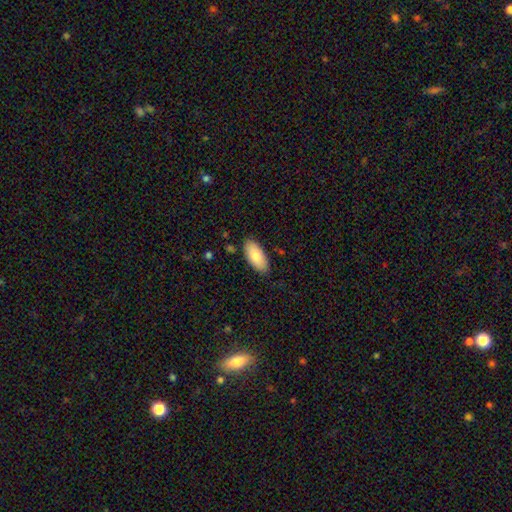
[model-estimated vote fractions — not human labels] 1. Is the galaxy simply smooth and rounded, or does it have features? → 84% smooth, 10% featured or disk, 6% star or artifact.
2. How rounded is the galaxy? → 91% in between, 7% cigar-shaped, 2% round.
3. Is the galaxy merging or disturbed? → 85% none, 11% minor disturbance, 2% major disturbance, 2% merger.